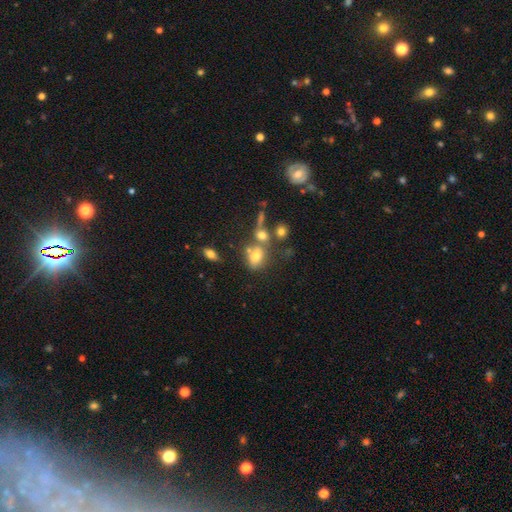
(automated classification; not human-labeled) Overall: smooth (70%). How rounded: in between (71%). Merging: none (40%; merger 38%).